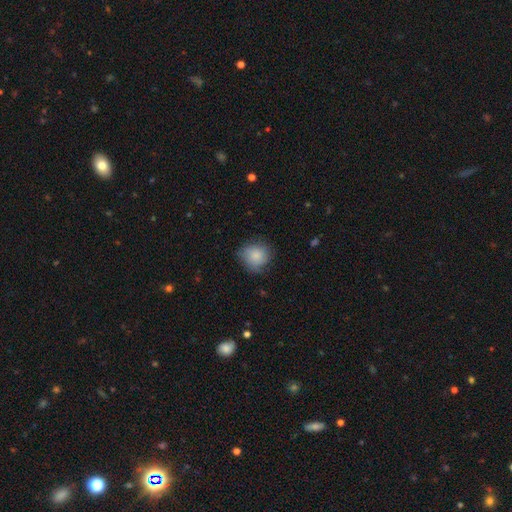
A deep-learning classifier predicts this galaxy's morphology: A smooth galaxy with no disk features (83%) that is round (81%).

Vote fractions:
- Smooth or featured? smooth: 83% / featured or disk: 10% / star or artifact: 7%
- How rounded? round: 81% / in between: 18% / cigar-shaped: 1%
- Merging? none: 68% / minor disturbance: 24% / major disturbance: 6% / merger: 1%